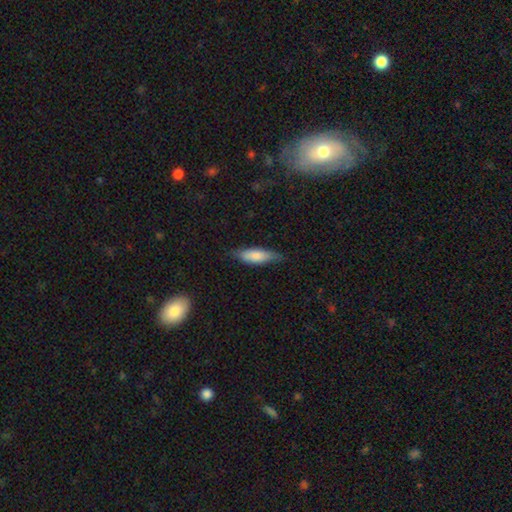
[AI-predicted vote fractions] Smooth or featured: smooth — 78% (featured or disk — 17%)
How rounded: in between — 54% (cigar-shaped — 45%)
Merging: none — 73% (minor disturbance — 22%)